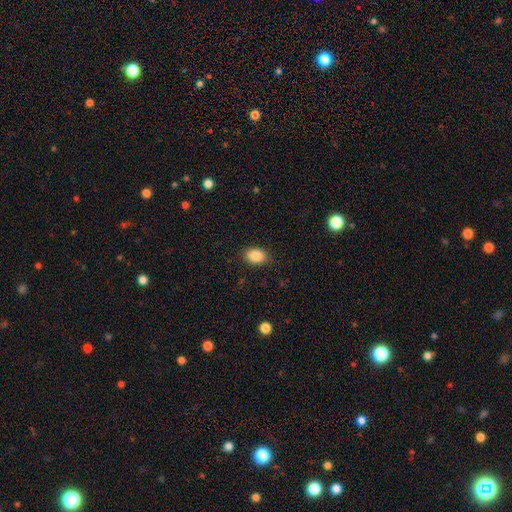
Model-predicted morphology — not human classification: Smooth or featured?
  - smooth: 89% *
  - star or artifact: 8%
  - featured or disk: 3%
How rounded?
  - in between: 79% *
  - round: 20%
  - cigar-shaped: 1%
Merging?
  - none: 85% *
  - minor disturbance: 11%
  - major disturbance: 3%
  - merger: 1%